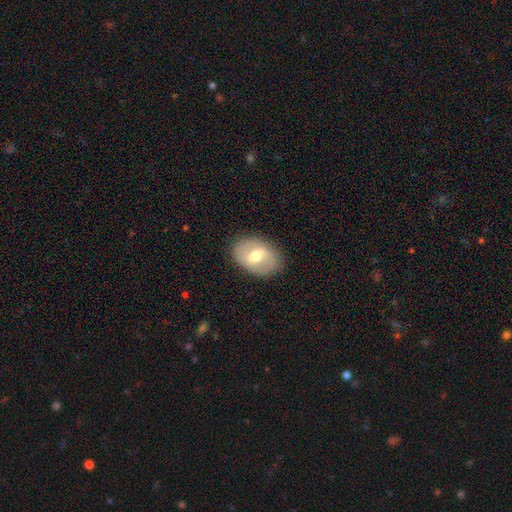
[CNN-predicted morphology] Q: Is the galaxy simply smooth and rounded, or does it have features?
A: featured or disk — 47%.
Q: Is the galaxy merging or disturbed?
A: none — 85%.